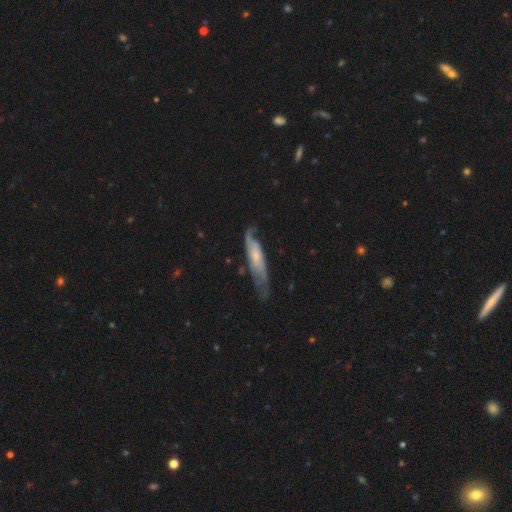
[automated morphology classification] Smooth or featured?
  - featured or disk: 69% *
  - smooth: 25%
  - star or artifact: 6%
Edge-on disk?
  - no: 72% *
  - yes: 28%
Merging?
  - none: 59% *
  - minor disturbance: 25%
  - major disturbance: 14%
  - merger: 2%